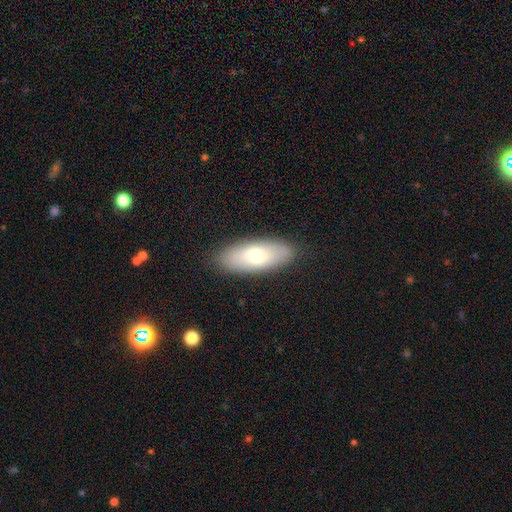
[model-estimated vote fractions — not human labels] Q: Smooth or featured?
A: smooth (66%); runner-up: featured or disk (27%)
Q: How rounded?
A: in between (80%); runner-up: cigar-shaped (17%)
Q: Merging?
A: none (87%); runner-up: minor disturbance (9%)